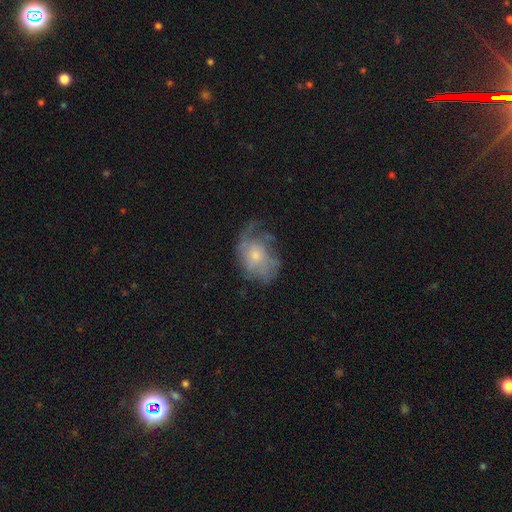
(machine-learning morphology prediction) This appears to be a featured or disk galaxy (57%) with no bar (80%), spiral arms (65%) and a small central bulge (50%). Merging: none (38%).